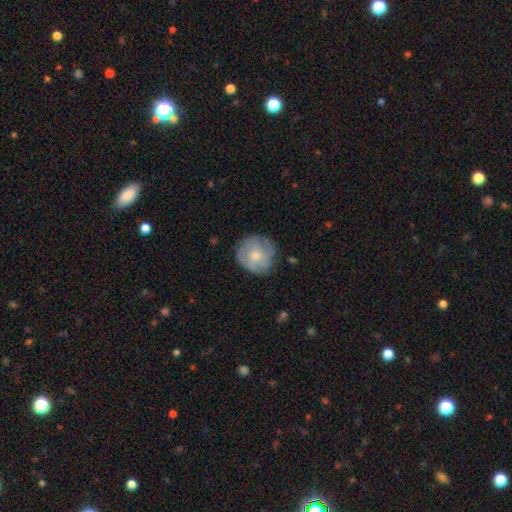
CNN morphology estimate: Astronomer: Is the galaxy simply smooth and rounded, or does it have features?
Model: smooth — 48% (runner-up: featured or disk, 45%).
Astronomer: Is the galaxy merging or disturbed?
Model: none — 78%.